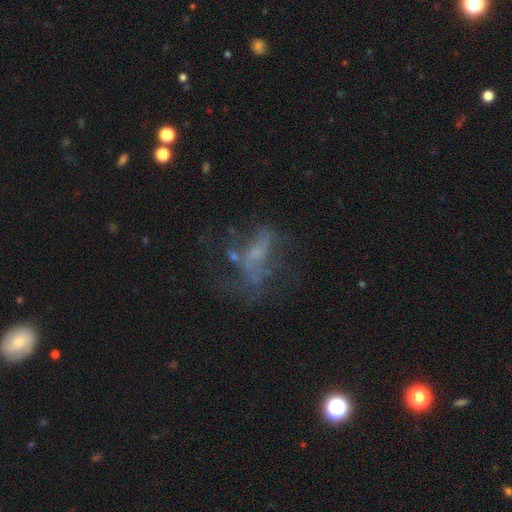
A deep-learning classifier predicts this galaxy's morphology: A featured or disk galaxy (52%). Merging: none (38%).